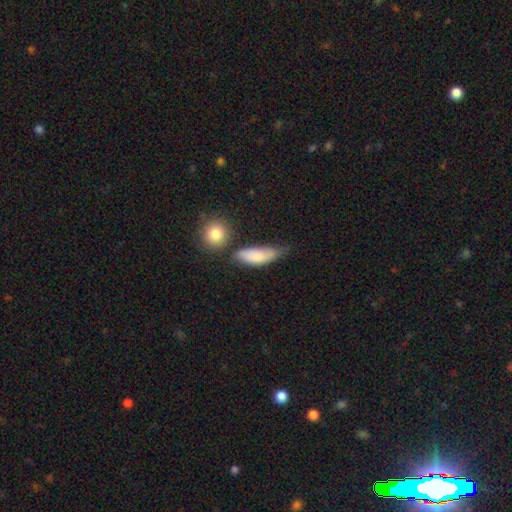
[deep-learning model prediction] Morphology: type=smooth (78%); roundness=in between (66%); merging=none (46%).